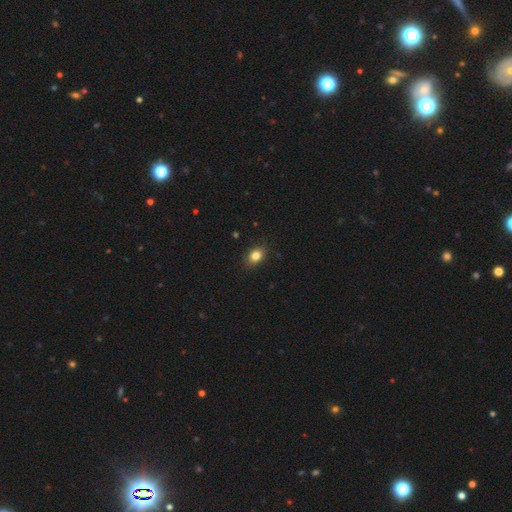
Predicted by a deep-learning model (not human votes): smooth_or_featured: smooth (p=0.83) [alt: star or artifact p=0.10]
how_rounded: in between (p=0.71) [alt: round p=0.27]
merging: none (p=0.86) [alt: minor disturbance p=0.11]